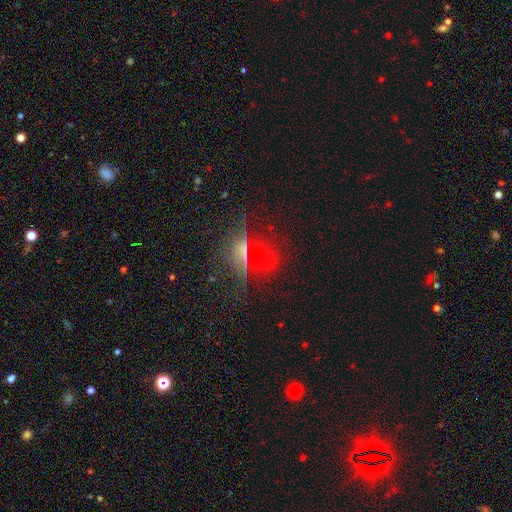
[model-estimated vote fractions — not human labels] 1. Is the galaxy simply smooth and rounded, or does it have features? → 46% smooth, 40% star or artifact, 14% featured or disk.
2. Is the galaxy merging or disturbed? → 67% none, 13% minor disturbance, 11% merger, 8% major disturbance.